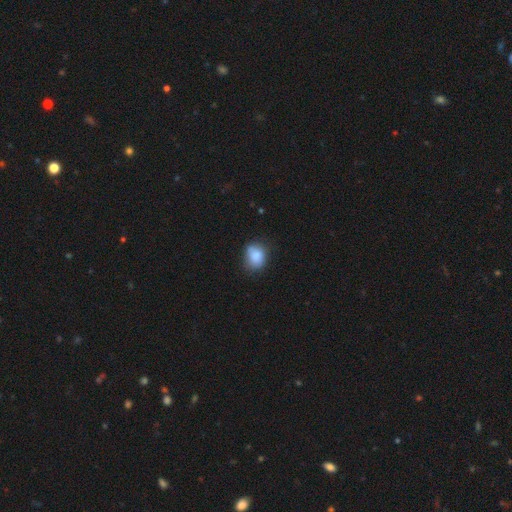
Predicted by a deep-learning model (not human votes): smooth 84%, star or artifact 9%, featured or disk 7%. Down the decision tree: how rounded — round (51%); merging — none (60%).